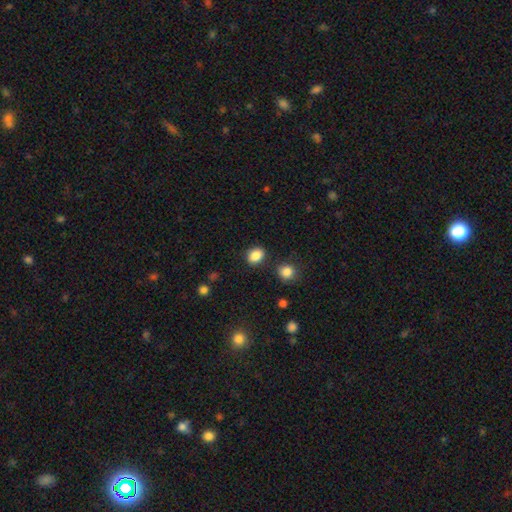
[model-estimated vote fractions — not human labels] Morphology: type=smooth (86%); roundness=in between (51%); merging=none (85%).